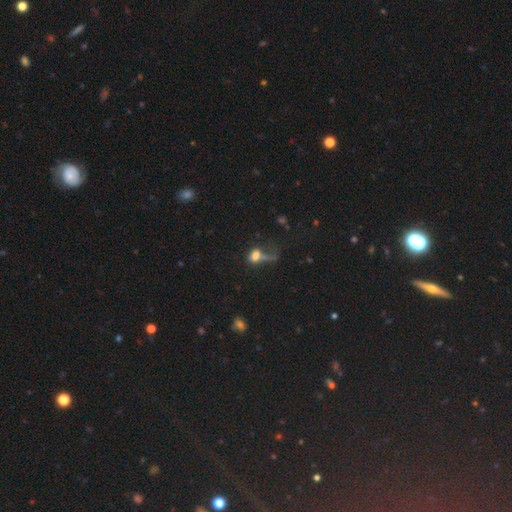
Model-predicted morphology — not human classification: Overall: smooth (68%). How rounded: in between (59%; round 35%). Merging: major disturbance (39%; none 24%).